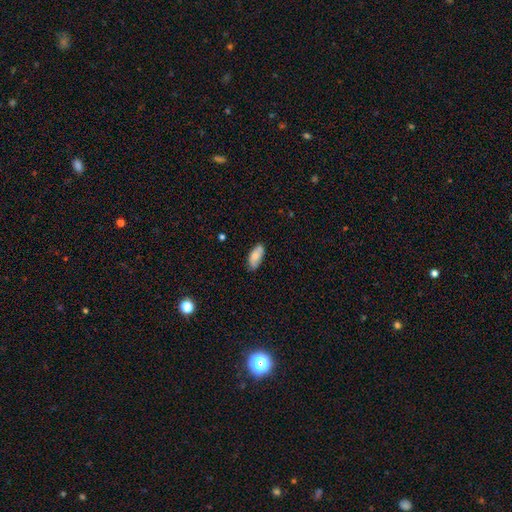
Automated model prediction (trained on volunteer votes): This is likely a smooth galaxy (76%). How rounded: clearly in between (89%). Merging: likely none (77%).